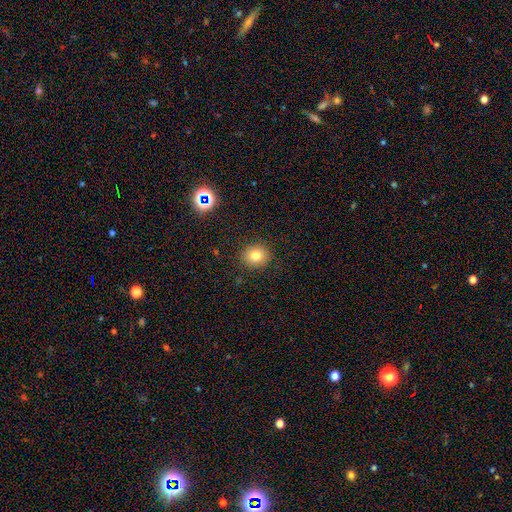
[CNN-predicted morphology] Smooth or featured? smooth (78%)
How rounded? round (78%)
Merging? none (89%)